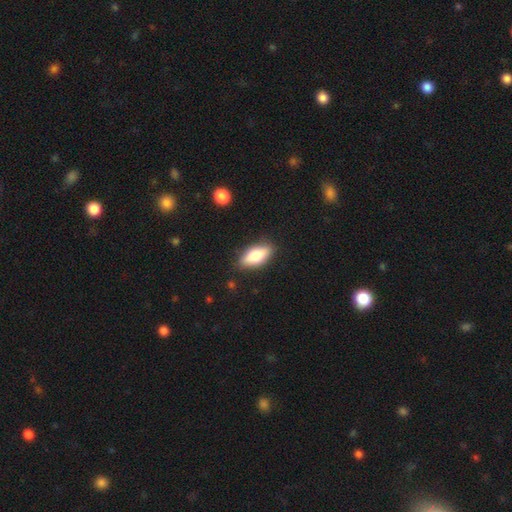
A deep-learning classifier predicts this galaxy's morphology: A smooth galaxy with no disk features (68%) that is in between round and cigar-shaped (79%).

Vote fractions:
- Smooth or featured? smooth: 68% / featured or disk: 25% / star or artifact: 7%
- How rounded? in between: 79% / cigar-shaped: 18% / round: 3%
- Merging? none: 84% / minor disturbance: 11% / major disturbance: 3% / merger: 2%